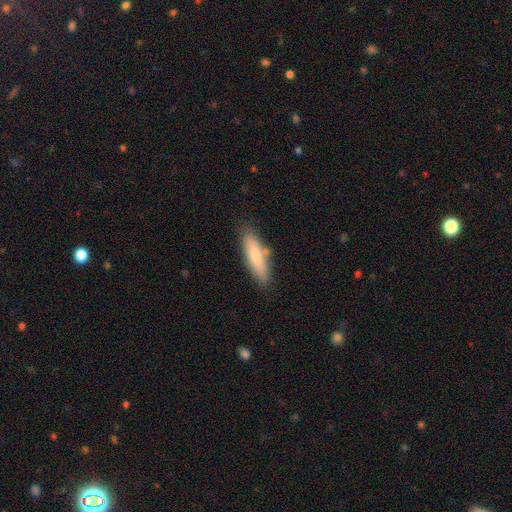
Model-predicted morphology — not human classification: A smooth galaxy with no disk features (75%) that is cigar-shaped (62%).

Vote fractions:
- Smooth or featured? smooth: 75% / featured or disk: 19% / star or artifact: 6%
- How rounded? cigar-shaped: 62% / in between: 36% / round: 2%
- Merging? none: 78% / minor disturbance: 13% / merger: 6% / major disturbance: 3%